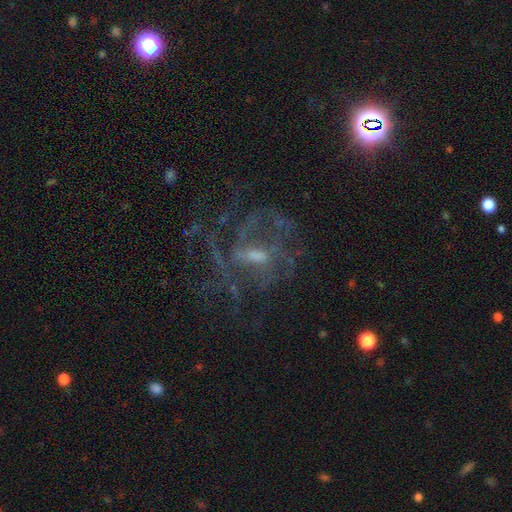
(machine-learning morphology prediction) A featured or disk galaxy (79%) with a weak bar (52%), medium (45%) spiral arms (83%) and a small central bulge (42%).

Vote fractions:
- Smooth or featured? featured or disk: 79% / star or artifact: 12% / smooth: 9%
- Edge-on disk? no: 96% / yes: 4%
- Bar? weak: 52% / no: 27% / strong: 21%
- Spiral arms? yes: 83% / no: 17%
- Spiral winding? medium: 45% / loose: 28% / tight: 27%
- Spiral arm count? can't tell: 37% / 2: 20% / 3: 19% / 4: 10% / 1: 7% / more than 4: 6%
- Bulge size? small: 42% / moderate: 40% / none: 13% / large: 4% / dominant: 1%
- Merging? none: 53% / major disturbance: 29% / minor disturbance: 15% / merger: 3%